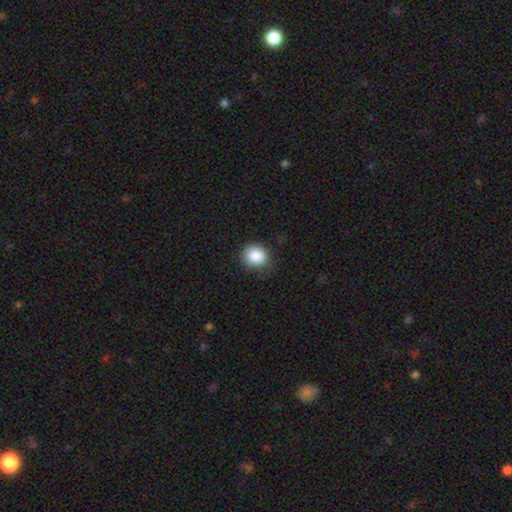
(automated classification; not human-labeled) The model was most divided on "merging": none: 78%, minor disturbance: 17%, major disturbance: 4%, merger: 1%. More confident: smooth or featured — smooth (87%); how rounded — round (83%).